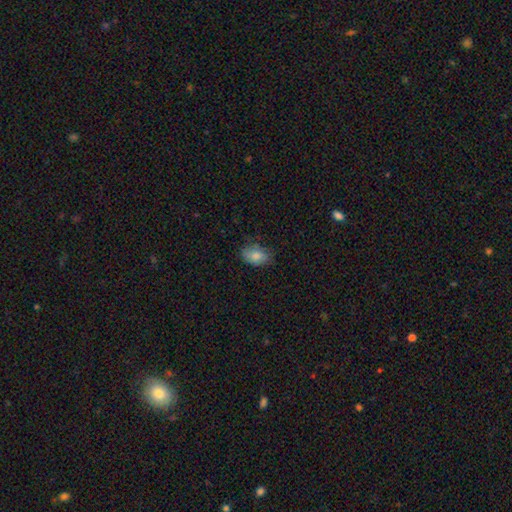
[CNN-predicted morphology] The model was most divided on "merging": none: 67%, minor disturbance: 26%, major disturbance: 6%, merger: 1%. More confident: how rounded — in between (87%); smooth or featured — smooth (82%).